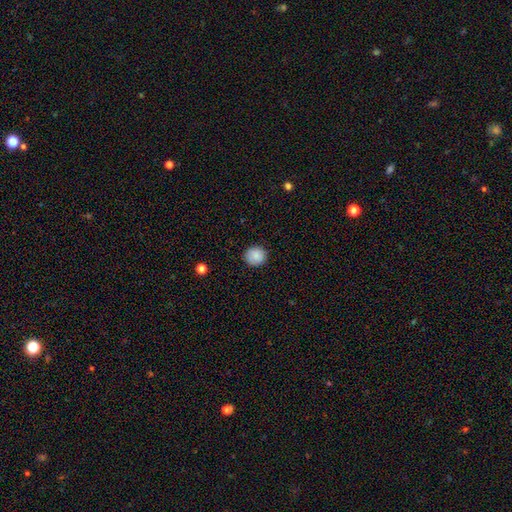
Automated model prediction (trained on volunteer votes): Q: Smooth or featured?
A: smooth (87%); runner-up: star or artifact (8%)
Q: How rounded?
A: round (89%); runner-up: in between (10%)
Q: Merging?
A: none (90%); runner-up: minor disturbance (7%)